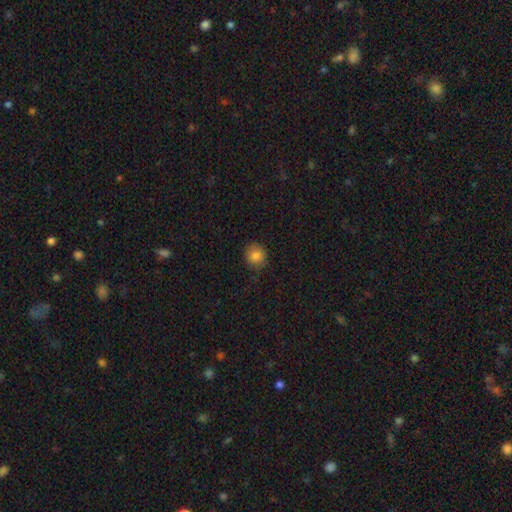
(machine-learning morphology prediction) Overall: smooth (82%). How rounded: round (87%). Merging: none (84%).